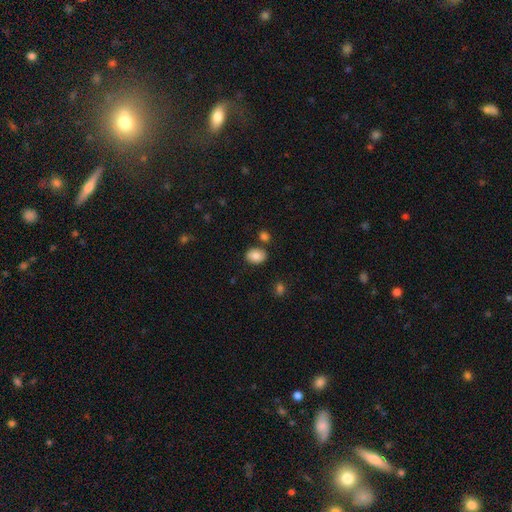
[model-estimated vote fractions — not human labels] Overall: smooth (85%). How rounded: in between (74%). Merging: none (80%).